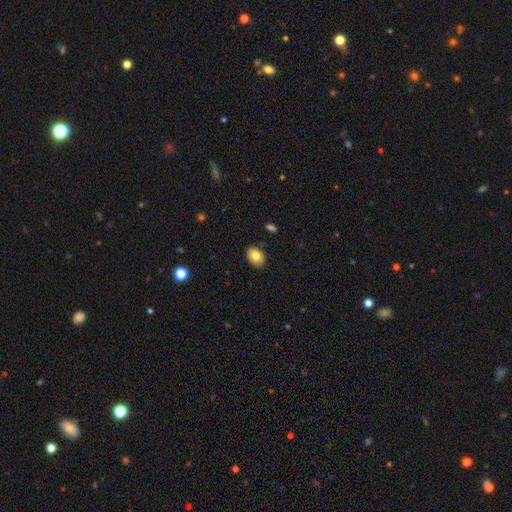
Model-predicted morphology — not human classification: type=smooth (81%); roundness=in between (71%); merging=none (88%).